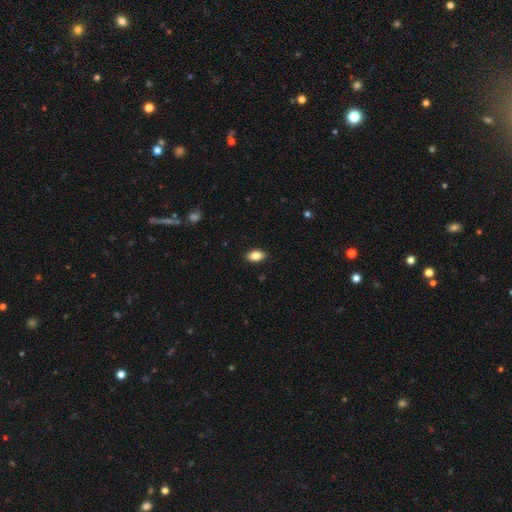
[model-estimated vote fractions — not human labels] Q: Smooth or featured?
A: smooth (85%); runner-up: star or artifact (8%)
Q: How rounded?
A: in between (90%); runner-up: round (6%)
Q: Merging?
A: none (89%); runner-up: minor disturbance (8%)